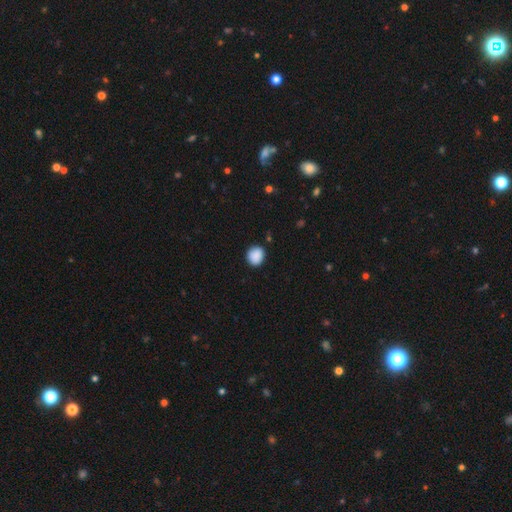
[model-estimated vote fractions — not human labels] This appears to be a smooth galaxy with no disk features (89%) that is round (71%). Merging: none (87%).